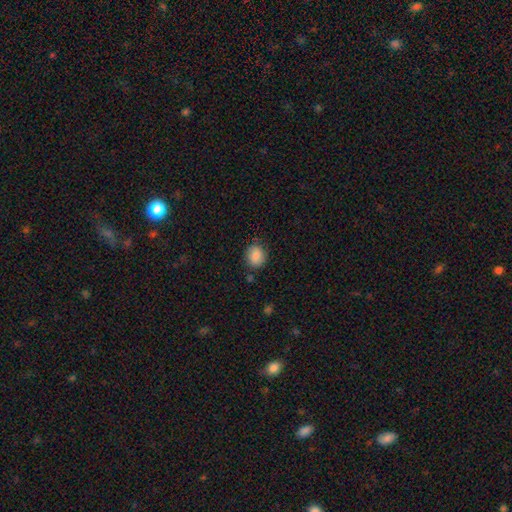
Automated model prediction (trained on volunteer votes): Smooth or featured? Predicted: smooth (p=0.87). How rounded? Predicted: round (p=0.65). Merging? Predicted: none (p=0.79).